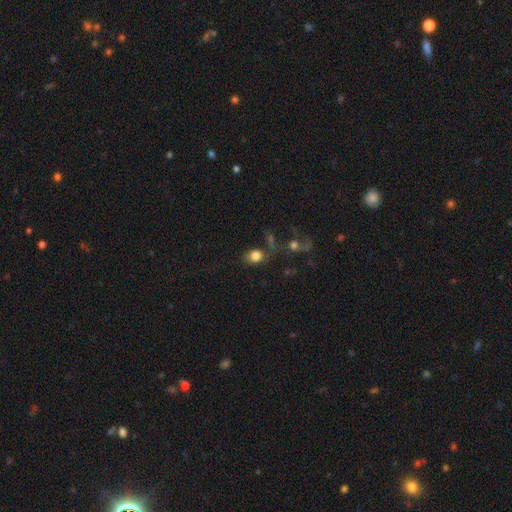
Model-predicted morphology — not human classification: Smooth or featured? smooth (81%)
How rounded? in between (52%)
Merging? none (55%)